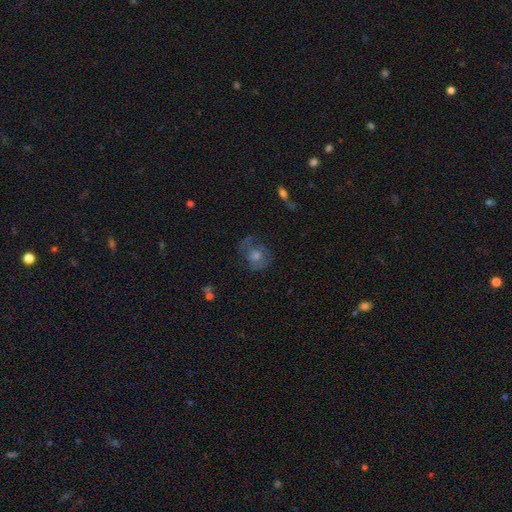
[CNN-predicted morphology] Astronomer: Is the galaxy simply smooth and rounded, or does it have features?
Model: featured or disk — 47% (runner-up: smooth, 34%).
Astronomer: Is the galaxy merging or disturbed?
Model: none — 63%.